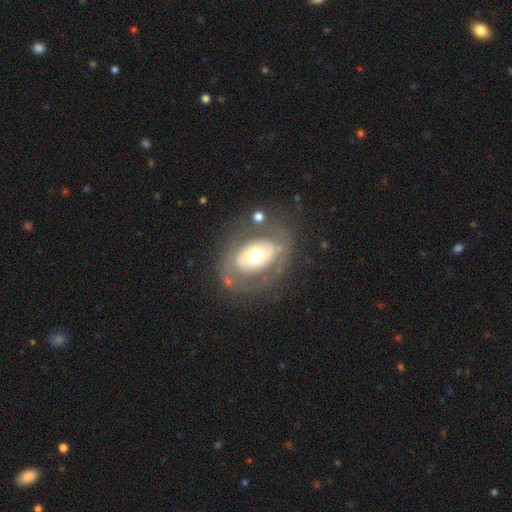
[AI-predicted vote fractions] smooth_or_featured: featured or disk (p=0.51) [alt: smooth p=0.41]
disk_edge_on: no (p=0.93) [alt: yes p=0.07]
merging: none (p=0.70) [alt: minor disturbance p=0.15]